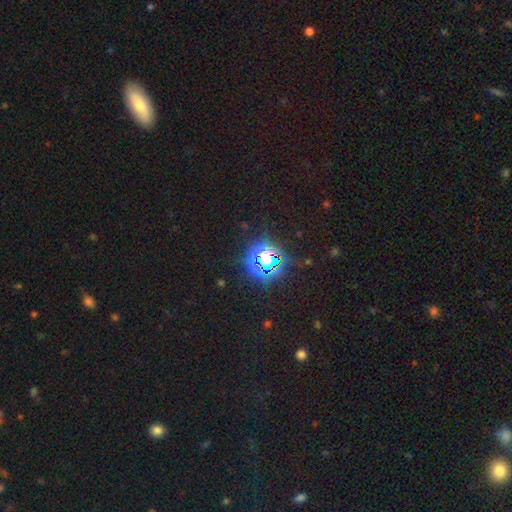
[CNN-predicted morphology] type=star or artifact (79%).